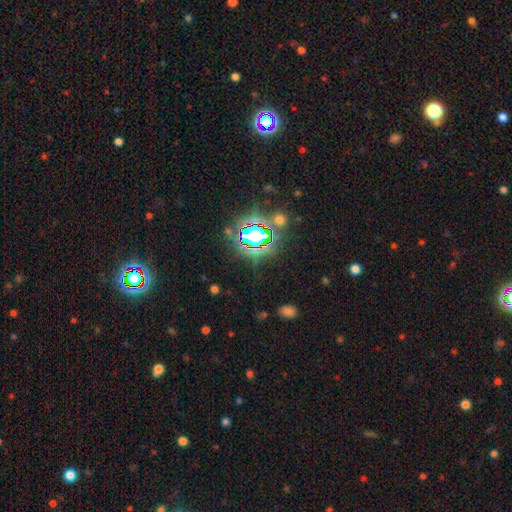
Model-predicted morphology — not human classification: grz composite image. It shows a star or artifact, not a galaxy (79%).